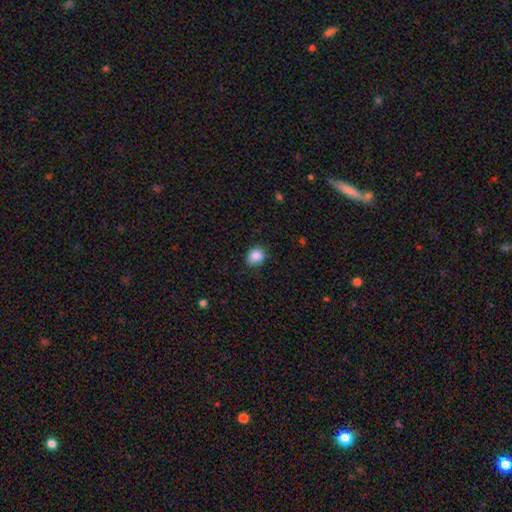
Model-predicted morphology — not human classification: A smooth galaxy with no disk features (87%) that is round (58%).

Vote fractions:
- Smooth or featured? smooth: 87% / star or artifact: 9% / featured or disk: 4%
- How rounded? round: 58% / in between: 41% / cigar-shaped: 1%
- Merging? none: 83% / minor disturbance: 13% / major disturbance: 3% / merger: 1%